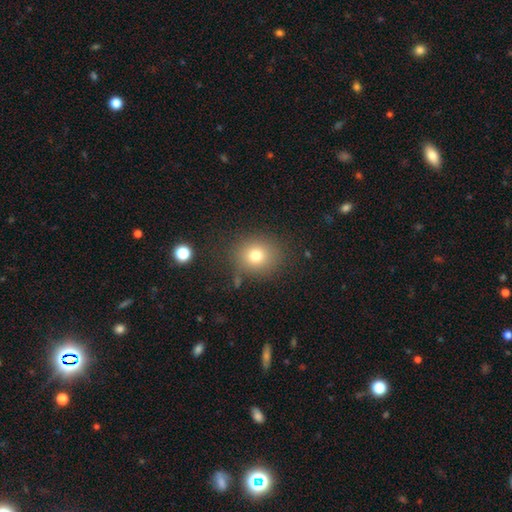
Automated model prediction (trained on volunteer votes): Smooth or featured? smooth (76%)
How rounded? round (81%)
Merging? none (82%)